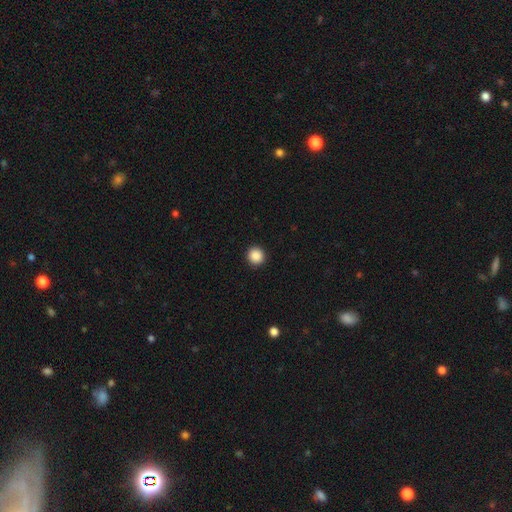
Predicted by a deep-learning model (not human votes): smooth 89%, star or artifact 9%, featured or disk 2%. Down the decision tree: how rounded — round (93%); merging — none (93%).